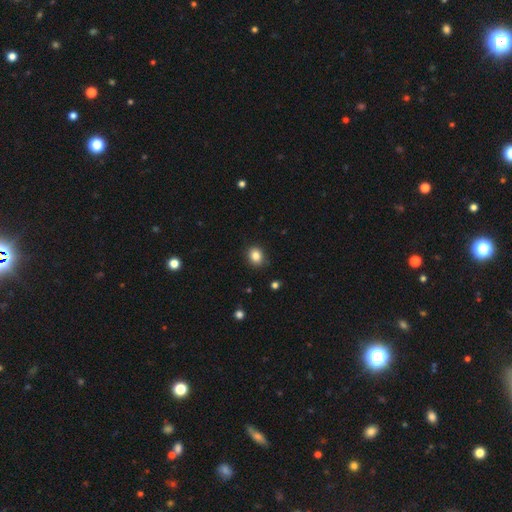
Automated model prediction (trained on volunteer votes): Q: Smooth or featured?
A: smooth (85%); runner-up: star or artifact (10%)
Q: How rounded?
A: round (59%); runner-up: in between (40%)
Q: Merging?
A: none (86%); runner-up: minor disturbance (11%)